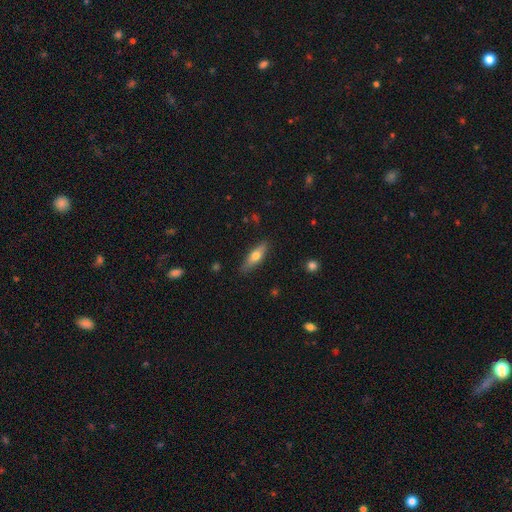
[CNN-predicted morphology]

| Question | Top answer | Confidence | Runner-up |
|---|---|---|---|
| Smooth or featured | smooth | 57% | featured or disk (37%) |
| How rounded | cigar-shaped | 57% | in between (40%) |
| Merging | none | 85% | minor disturbance (12%) |